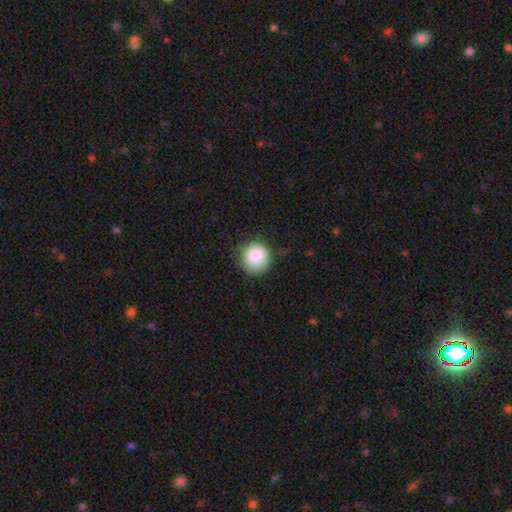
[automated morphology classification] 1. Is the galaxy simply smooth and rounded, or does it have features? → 86% smooth, 8% star or artifact, 5% featured or disk.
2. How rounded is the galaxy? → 90% round, 9% in between, 1% cigar-shaped.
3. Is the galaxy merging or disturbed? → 77% none, 18% minor disturbance, 4% major disturbance, 1% merger.